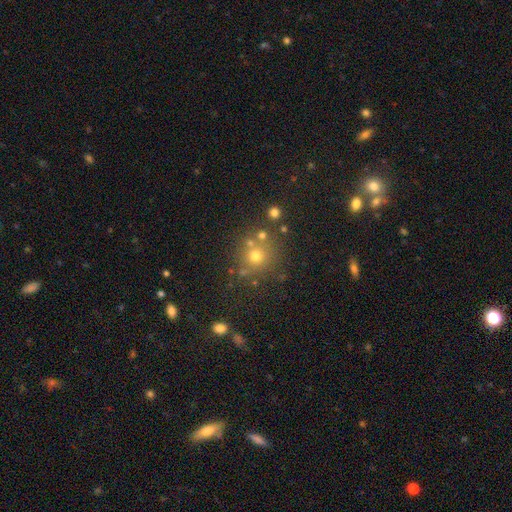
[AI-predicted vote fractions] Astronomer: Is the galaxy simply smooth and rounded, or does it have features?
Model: smooth — 66%.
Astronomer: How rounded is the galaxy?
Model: round — 90%.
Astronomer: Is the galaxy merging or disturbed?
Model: none — 71%.